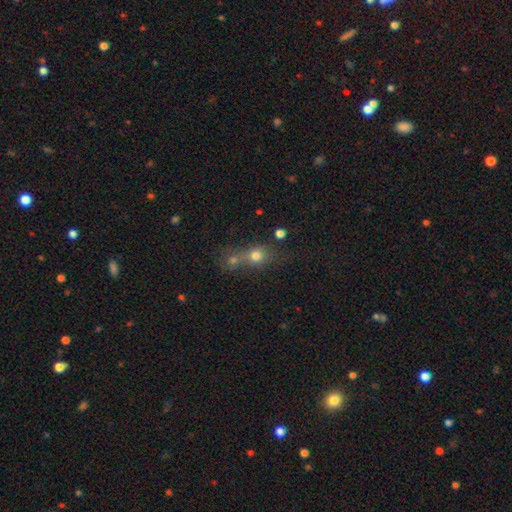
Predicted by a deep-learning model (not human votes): smooth 72%, star or artifact 15%, featured or disk 13%. Down the decision tree: how rounded — round (72%); merging — merger (52%).